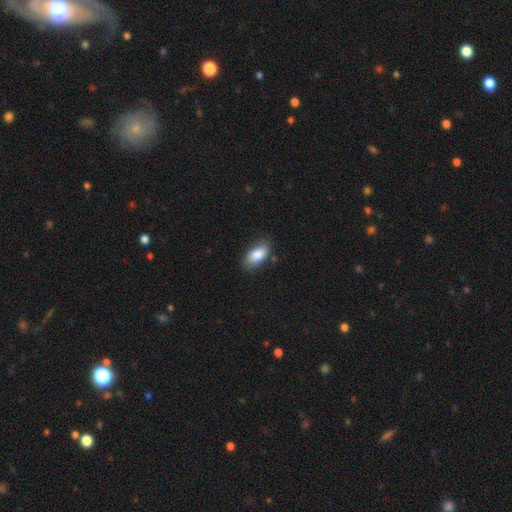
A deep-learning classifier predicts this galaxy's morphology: A smooth galaxy with no disk features (84%) that is in between round and cigar-shaped (92%). Merging: none (77%).